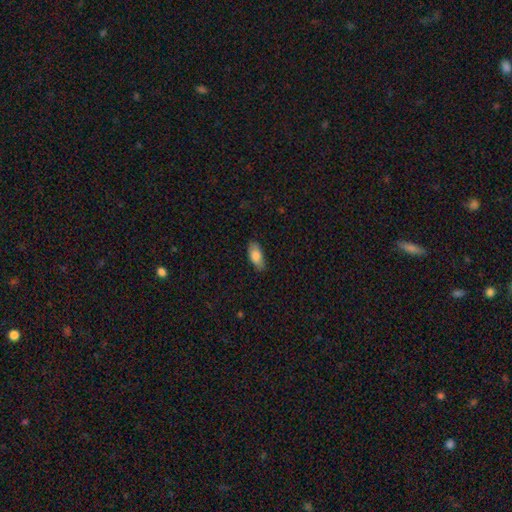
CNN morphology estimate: Smooth or featured? smooth (84%)
How rounded? in between (87%)
Merging? none (83%)